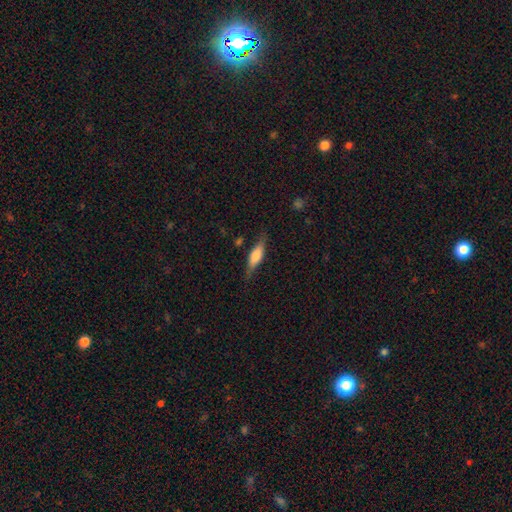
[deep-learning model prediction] Smooth or featured: smooth — 55% (featured or disk — 38%)
How rounded: cigar-shaped — 55% (in between — 42%)
Merging: none — 76% (minor disturbance — 17%)